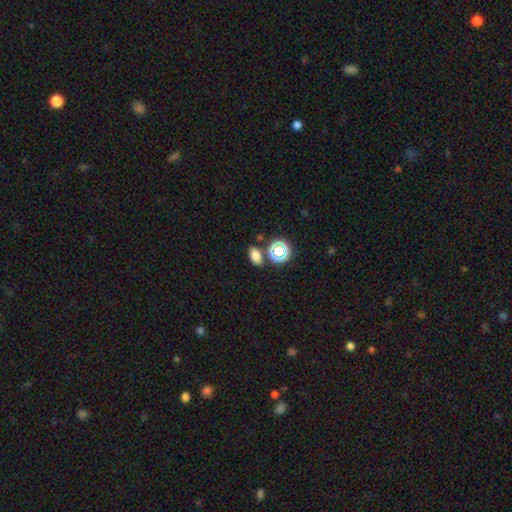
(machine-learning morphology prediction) A smooth galaxy with no disk features (73%) that is in between round and cigar-shaped (84%).

Vote fractions:
- Smooth or featured? smooth: 73% / star or artifact: 20% / featured or disk: 7%
- How rounded? in between: 84% / round: 14% / cigar-shaped: 2%
- Merging? none: 78% / minor disturbance: 10% / merger: 9% / major disturbance: 3%